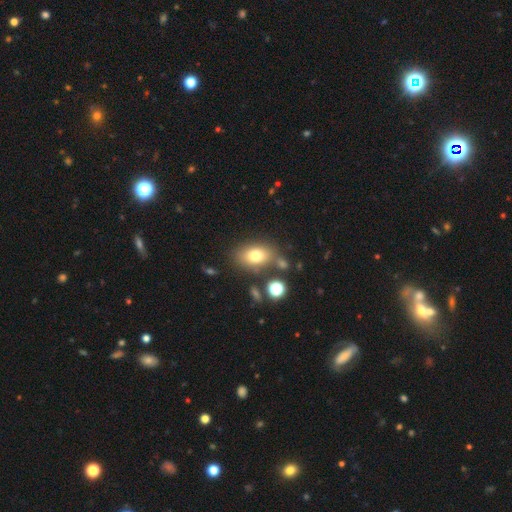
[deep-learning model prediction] Q: Smooth or featured?
A: smooth (75%); runner-up: featured or disk (14%)
Q: How rounded?
A: in between (81%); runner-up: round (17%)
Q: Merging?
A: none (71%); runner-up: minor disturbance (14%)